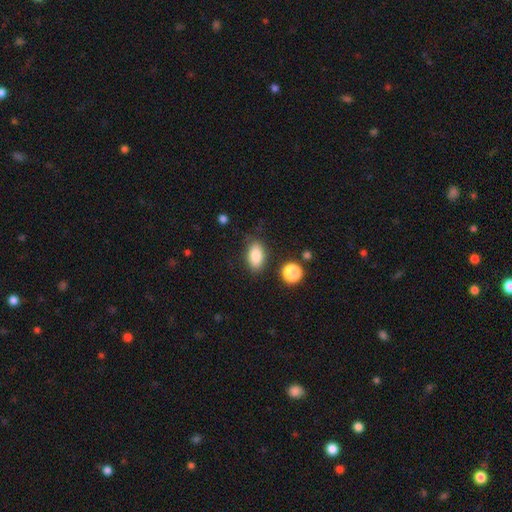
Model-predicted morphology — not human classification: This is clearly a smooth galaxy (84%). How rounded: clearly in between (89%). Merging: clearly none (81%).